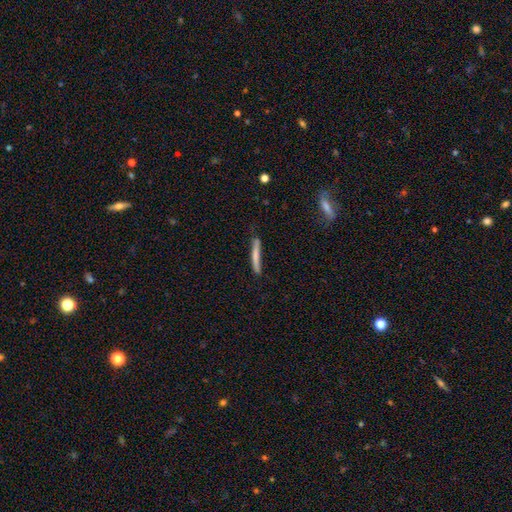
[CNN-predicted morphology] Overall: smooth (71%). How rounded: cigar-shaped (96%). Merging: none (72%).